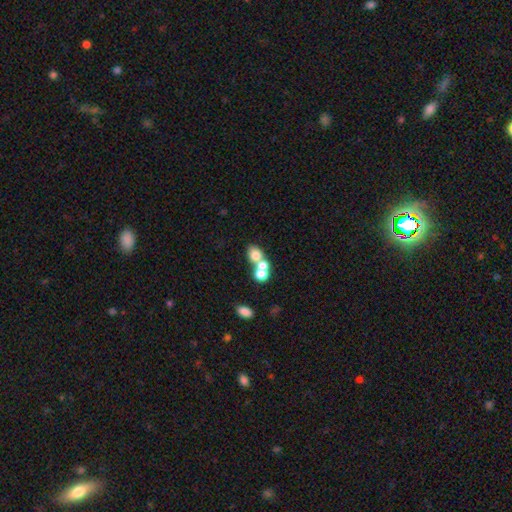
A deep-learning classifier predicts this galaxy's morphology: This is likely a smooth galaxy (67%). How rounded: possibly round (53%). Merging: likely merger (61%).